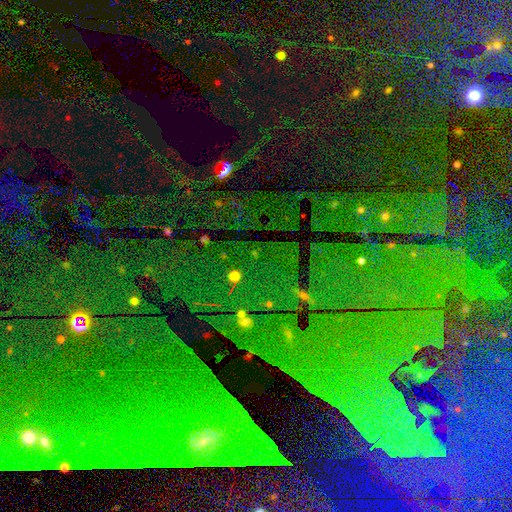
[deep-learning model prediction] A star or artifact, not a galaxy (79%).

Vote fractions:
- Smooth or featured? star or artifact: 79% / featured or disk: 11% / smooth: 10%